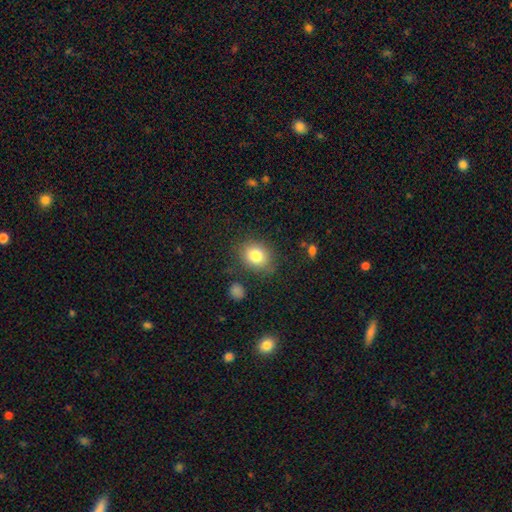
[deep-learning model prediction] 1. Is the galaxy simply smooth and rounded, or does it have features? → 81% smooth, 10% star or artifact, 9% featured or disk.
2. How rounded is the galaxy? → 56% round, 43% in between, 1% cigar-shaped.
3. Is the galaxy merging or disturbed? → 80% none, 13% minor disturbance, 4% major disturbance, 3% merger.